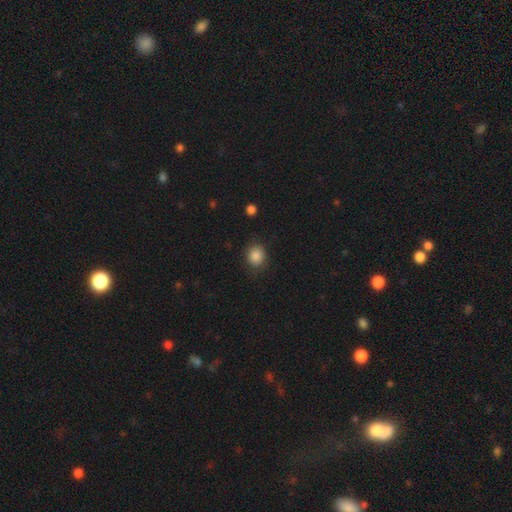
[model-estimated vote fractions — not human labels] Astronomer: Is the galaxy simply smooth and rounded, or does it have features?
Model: smooth — 87%.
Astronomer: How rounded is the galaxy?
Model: round — 77%.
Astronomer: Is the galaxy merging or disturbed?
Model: none — 85%.